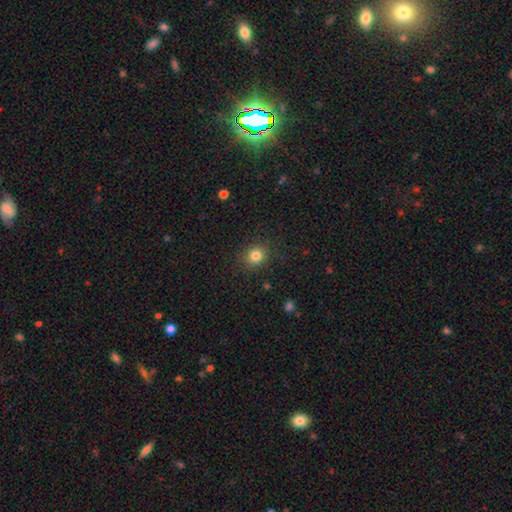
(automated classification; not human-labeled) Morphology: type=smooth (83%); roundness=round (79%); merging=none (88%).